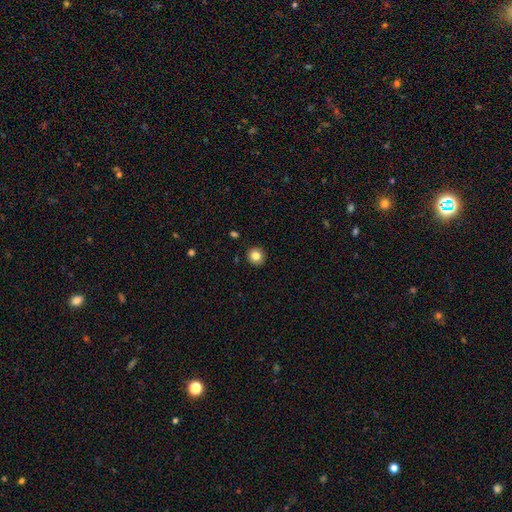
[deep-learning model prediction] Overall: smooth (83%). How rounded: round (91%). Merging: none (92%).